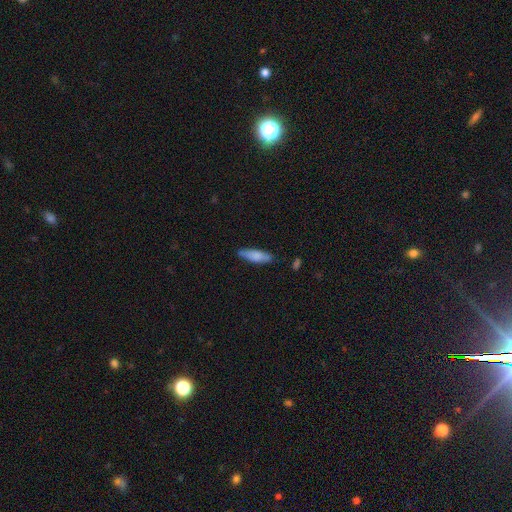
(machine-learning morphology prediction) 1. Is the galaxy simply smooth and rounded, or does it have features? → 79% smooth, 15% featured or disk, 6% star or artifact.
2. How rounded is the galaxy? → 55% cigar-shaped, 43% in between, 2% round.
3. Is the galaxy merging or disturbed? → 77% none, 18% minor disturbance, 3% major disturbance, 2% merger.